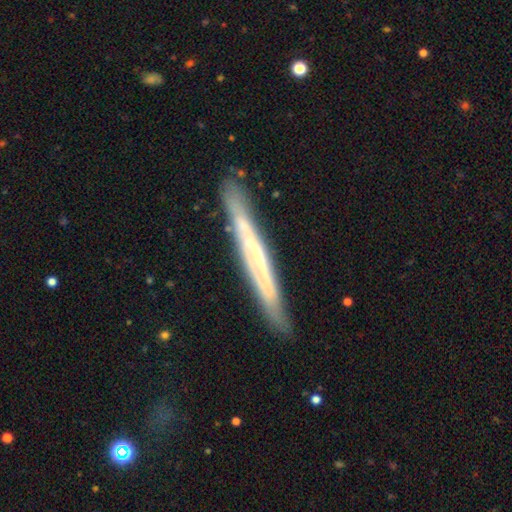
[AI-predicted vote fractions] smooth_or_featured: featured or disk (p=0.63) [alt: smooth p=0.30]
disk_edge_on: yes (p=0.88) [alt: no p=0.12]
edge_on_bulge: none (p=0.76) [alt: rounded p=0.15]
merging: none (p=0.84) [alt: minor disturbance p=0.12]